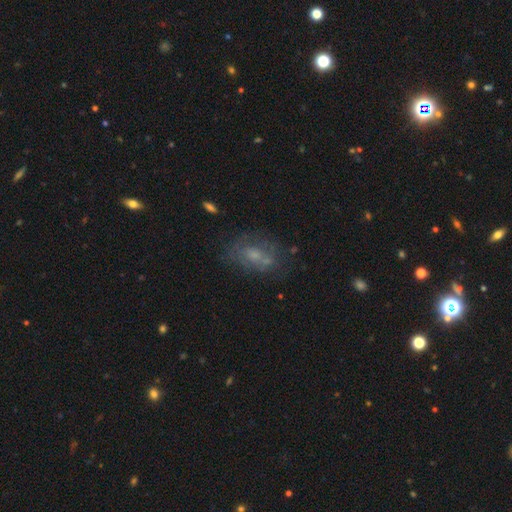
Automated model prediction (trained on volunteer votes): Smooth or featured? smooth (44%)
Merging? none (57%)